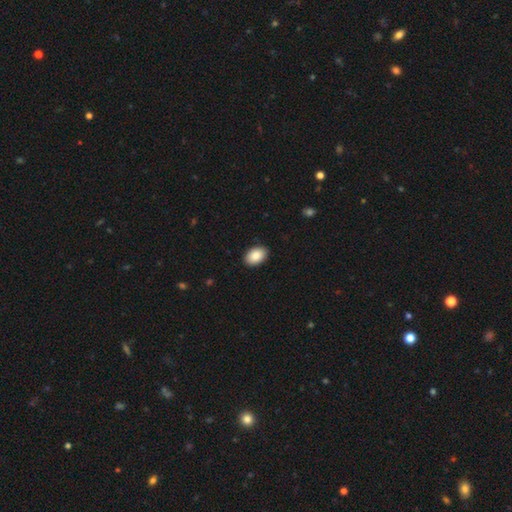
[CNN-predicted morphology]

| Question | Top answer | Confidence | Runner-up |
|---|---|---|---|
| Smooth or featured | smooth | 88% | star or artifact (6%) |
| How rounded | in between | 89% | round (10%) |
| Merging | none | 90% | minor disturbance (7%) |